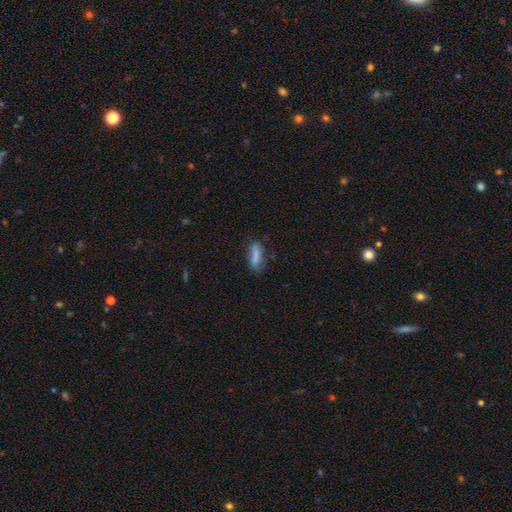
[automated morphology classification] smooth_or_featured: smooth (p=0.76) [alt: featured or disk p=0.16]
how_rounded: in between (p=0.59) [alt: cigar-shaped p=0.38]
merging: none (p=0.60) [alt: minor disturbance p=0.27]